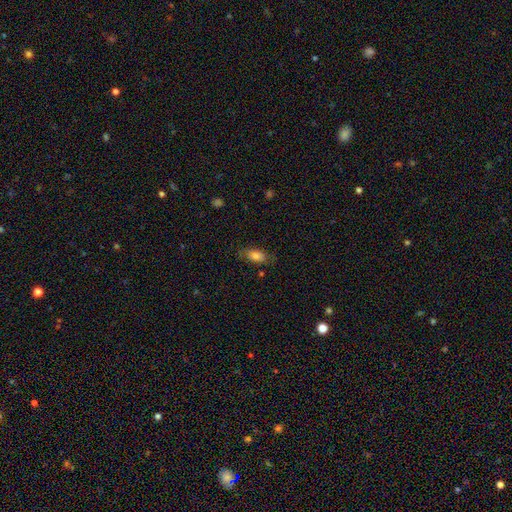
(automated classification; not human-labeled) smooth 79%, featured or disk 13%, star or artifact 8%. Down the decision tree: how rounded — in between (88%); merging — none (75%).